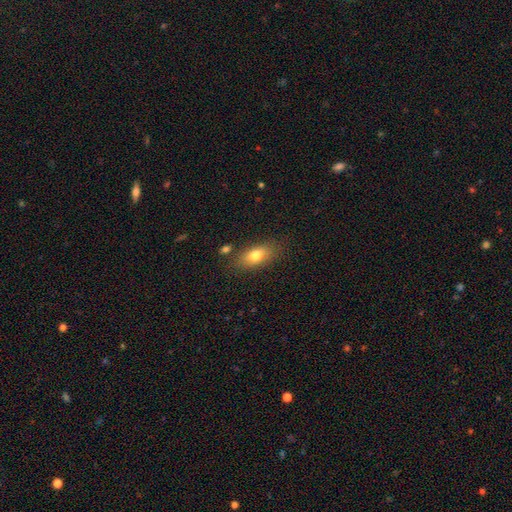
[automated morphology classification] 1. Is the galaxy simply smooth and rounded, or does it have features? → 77% smooth, 15% featured or disk, 8% star or artifact.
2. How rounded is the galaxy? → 82% in between, 12% cigar-shaped, 6% round.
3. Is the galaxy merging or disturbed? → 79% none, 13% minor disturbance, 4% major disturbance, 4% merger.